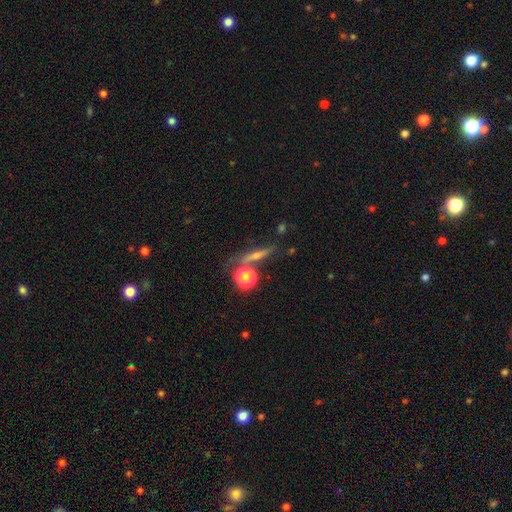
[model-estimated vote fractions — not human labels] A smooth galaxy with no disk features (34%, tied with featured or disk).

Vote fractions:
- Smooth or featured? smooth: 34% (tied) / featured or disk: 34% (tied) / star or artifact: 32%
- Merging? none: 65% / merger: 15% / minor disturbance: 11% / major disturbance: 8%